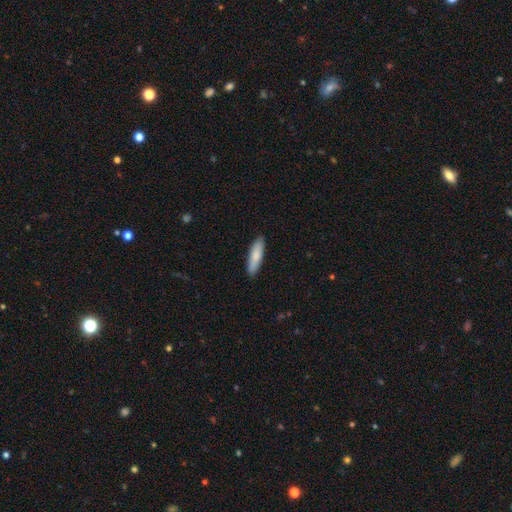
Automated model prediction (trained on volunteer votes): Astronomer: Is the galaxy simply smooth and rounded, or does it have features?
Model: smooth — 83%.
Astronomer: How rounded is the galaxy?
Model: cigar-shaped — 62%.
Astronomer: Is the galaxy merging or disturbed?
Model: none — 89%.